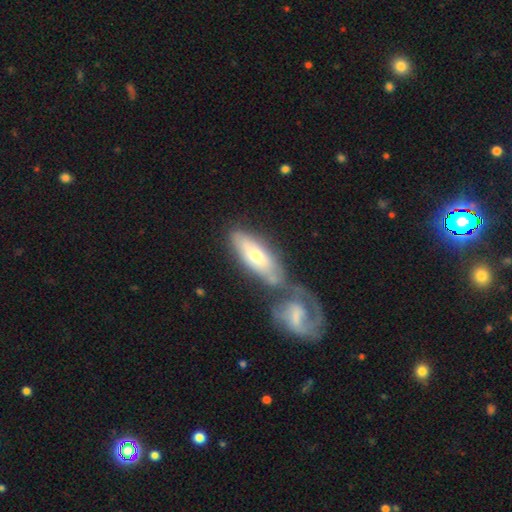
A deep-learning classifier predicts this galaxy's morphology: Smooth or featured? Predicted: featured or disk (p=0.53). Edge-on disk? Predicted: no (p=0.76). Merging? Predicted: merger (p=0.46).